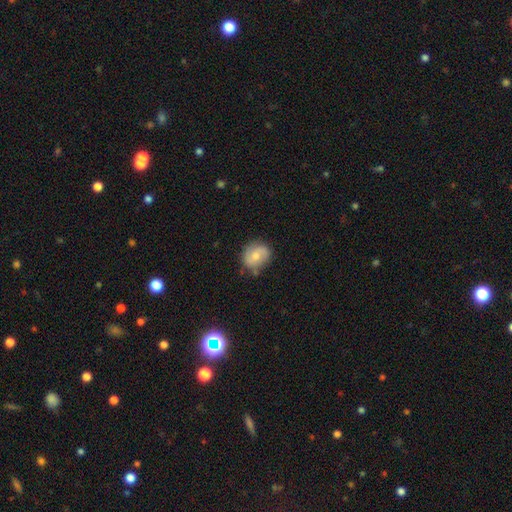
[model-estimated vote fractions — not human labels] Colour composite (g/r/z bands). It shows a smooth galaxy with no disk features (53%) that is round (62%). Merging: none (70%).